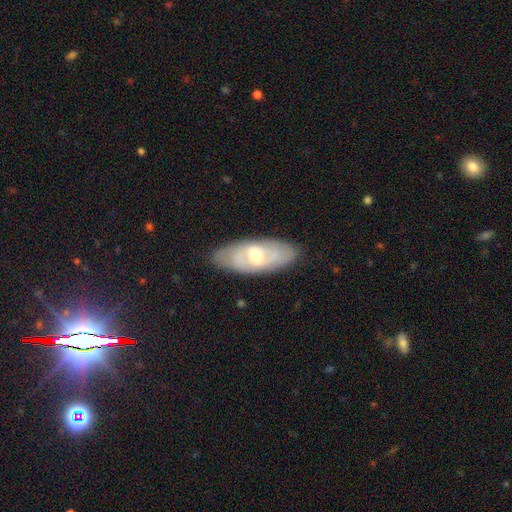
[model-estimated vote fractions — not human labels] Smooth or featured? Predicted: featured or disk (p=0.62). Edge-on disk? Predicted: no (p=0.85). Bar? Predicted: weak (p=0.49). Spiral arms? Predicted: yes (p=0.66). Bulge size? Predicted: moderate (p=0.60). Merging? Predicted: none (p=0.83).